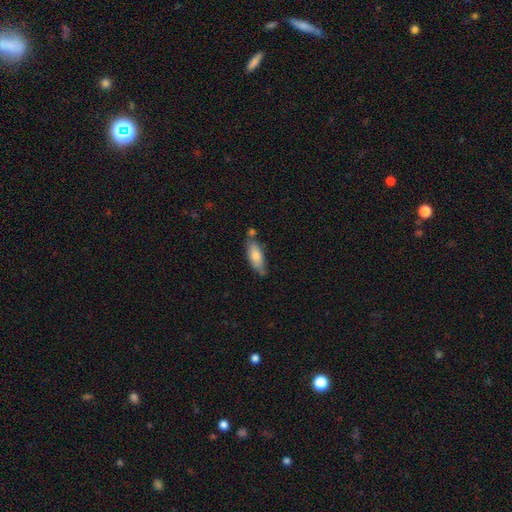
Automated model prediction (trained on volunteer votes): This is likely a smooth galaxy (75%). How rounded: likely in between (66%). Merging: possibly none (60%).